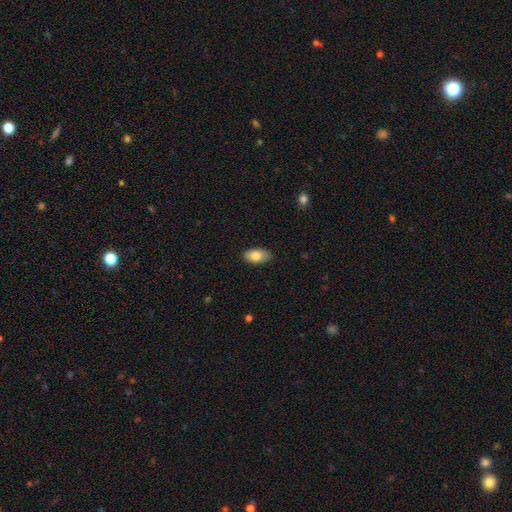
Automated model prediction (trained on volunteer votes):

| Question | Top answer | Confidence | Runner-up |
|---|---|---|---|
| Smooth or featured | smooth | 82% | featured or disk (12%) |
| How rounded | in between | 93% | round (4%) |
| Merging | none | 85% | minor disturbance (12%) |